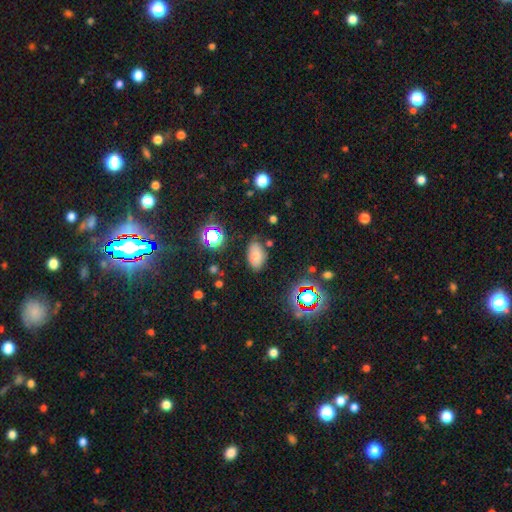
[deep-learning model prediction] A smooth galaxy with no disk features (70%) that is in between round and cigar-shaped (91%). Merging: none (73%).